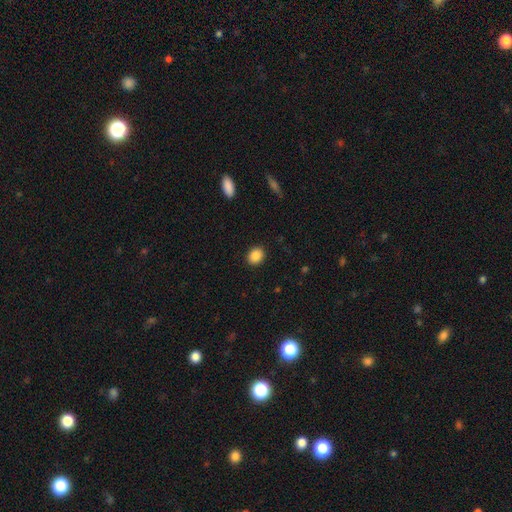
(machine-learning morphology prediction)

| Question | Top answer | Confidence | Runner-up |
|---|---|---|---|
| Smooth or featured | smooth | 88% | star or artifact (9%) |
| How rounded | round | 57% | in between (42%) |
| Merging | none | 90% | minor disturbance (7%) |